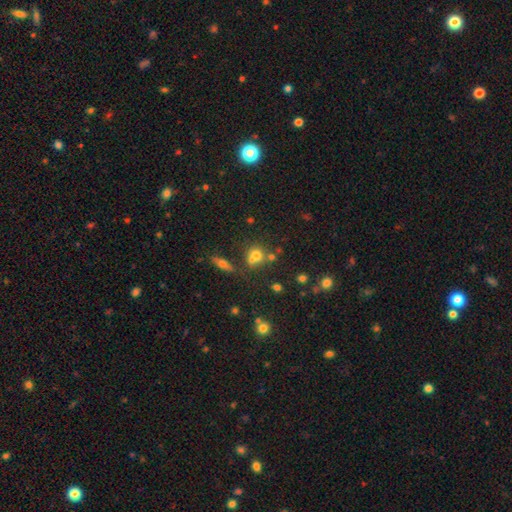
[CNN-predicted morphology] The model was most divided on "merging": none: 47%, merger: 38%, minor disturbance: 10%, major disturbance: 5%. More confident: how rounded — round (78%); smooth or featured — smooth (67%).